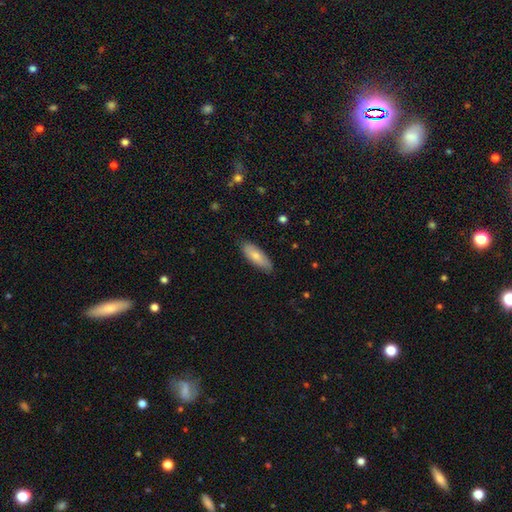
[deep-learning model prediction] Smooth or featured? Predicted: smooth (p=0.76). How rounded? Predicted: in between (p=0.68). Merging? Predicted: none (p=0.82).